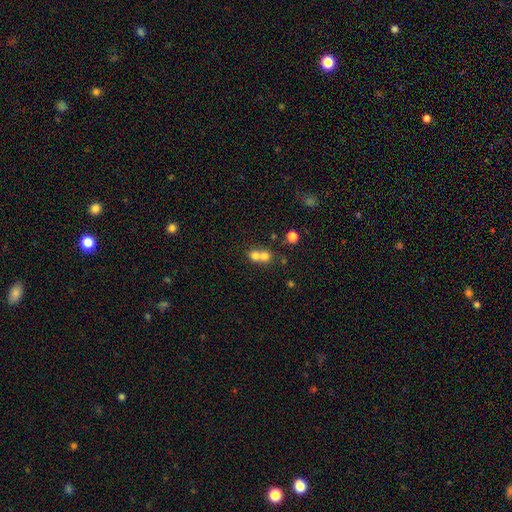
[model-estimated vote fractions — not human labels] Smooth or featured?
  - smooth: 71% *
  - featured or disk: 16%
  - star or artifact: 13%
How rounded?
  - round: 76% *
  - in between: 23%
  - cigar-shaped: 1%
Merging?
  - merger: 67% *
  - none: 26%
  - minor disturbance: 4%
  - major disturbance: 2%